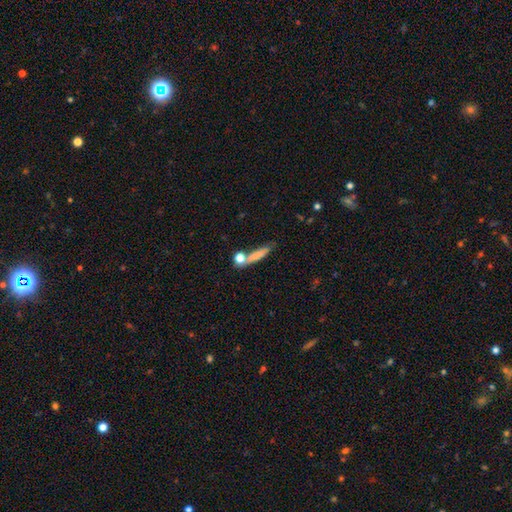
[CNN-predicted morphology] smooth-or-featured: smooth: 72% | featured or disk: 19% | star or artifact: 9%
  how-rounded: cigar-shaped: 68% | in between: 17% | round: 14%
  merging: none: 61% | merger: 19% | minor disturbance: 14% | major disturbance: 6%